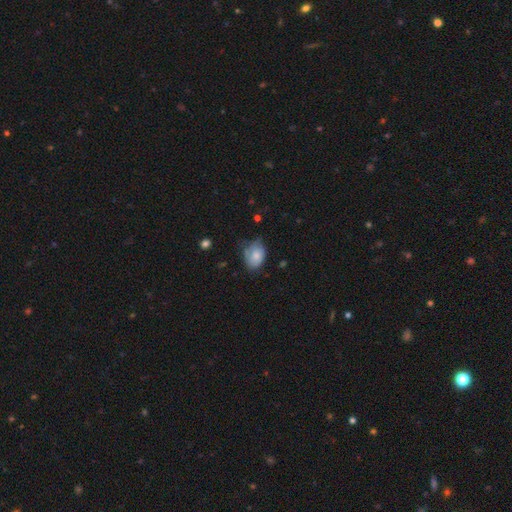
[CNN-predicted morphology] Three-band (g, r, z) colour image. It shows a smooth galaxy with no disk features (75%) that is in between round and cigar-shaped (77%). Merging: none (46%).